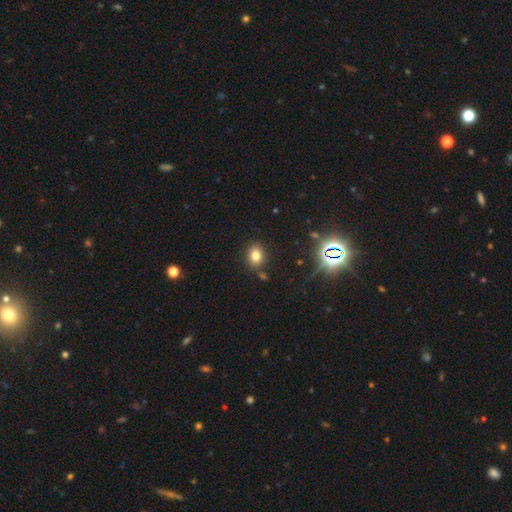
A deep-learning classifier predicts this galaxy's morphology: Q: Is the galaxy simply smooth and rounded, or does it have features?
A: smooth — 77%.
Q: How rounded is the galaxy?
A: in between — 54%.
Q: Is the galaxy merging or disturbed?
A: none — 82%.